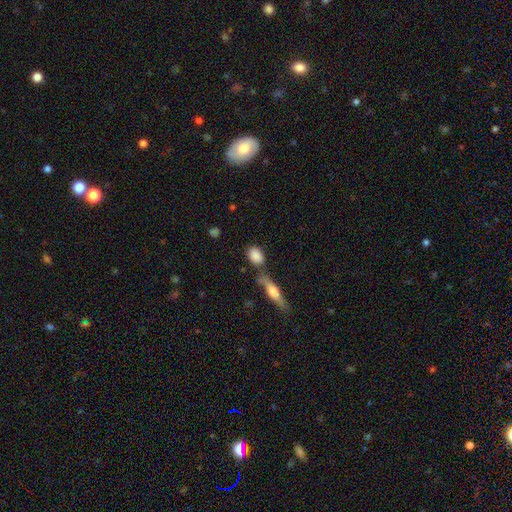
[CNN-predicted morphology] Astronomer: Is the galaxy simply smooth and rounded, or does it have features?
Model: smooth — 84%.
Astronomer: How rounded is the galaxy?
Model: in between — 71%.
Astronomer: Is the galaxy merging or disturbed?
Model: none — 61%.